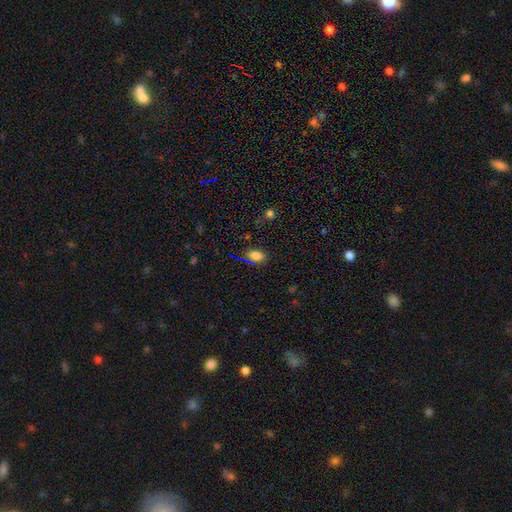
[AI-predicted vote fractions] A smooth galaxy with no disk features (74%) that is in between round and cigar-shaped (78%).

Vote fractions:
- Smooth or featured? smooth: 74% / star or artifact: 19% / featured or disk: 7%
- How rounded? in between: 78% / round: 20% / cigar-shaped: 3%
- Merging? none: 80% / minor disturbance: 13% / major disturbance: 4% / merger: 3%